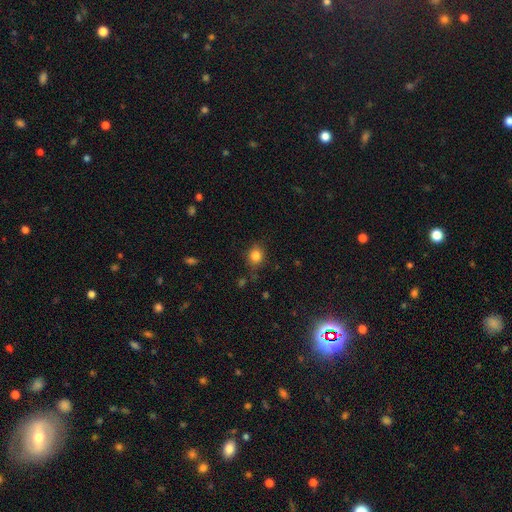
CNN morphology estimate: Smooth or featured?
  - smooth: 84% *
  - star or artifact: 11%
  - featured or disk: 5%
How rounded?
  - round: 75% *
  - in between: 24%
  - cigar-shaped: 1%
Merging?
  - none: 80% *
  - minor disturbance: 14%
  - major disturbance: 4%
  - merger: 2%